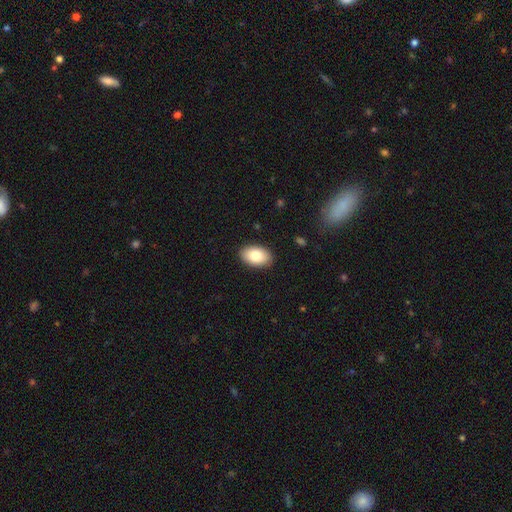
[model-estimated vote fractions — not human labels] smooth 84%, featured or disk 10%, star or artifact 6%. Down the decision tree: how rounded — in between (92%); merging — none (89%).